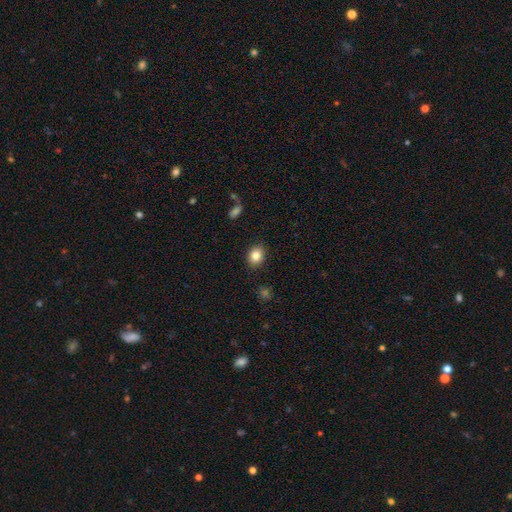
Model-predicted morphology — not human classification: type=smooth (84%); roundness=in between (56%); merging=none (88%).